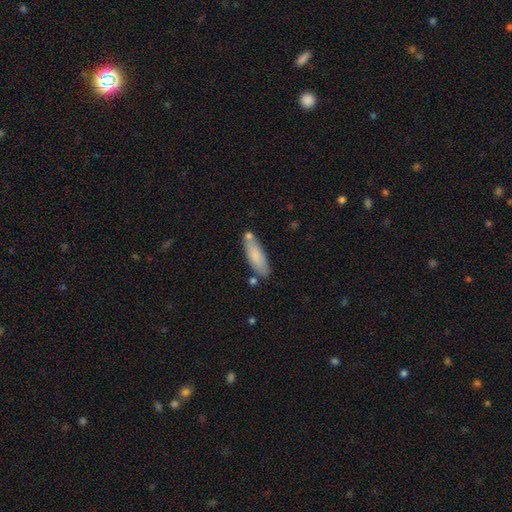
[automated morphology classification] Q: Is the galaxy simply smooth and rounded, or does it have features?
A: smooth — 79%.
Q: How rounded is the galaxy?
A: in between — 51%.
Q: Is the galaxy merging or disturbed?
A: none — 70%.